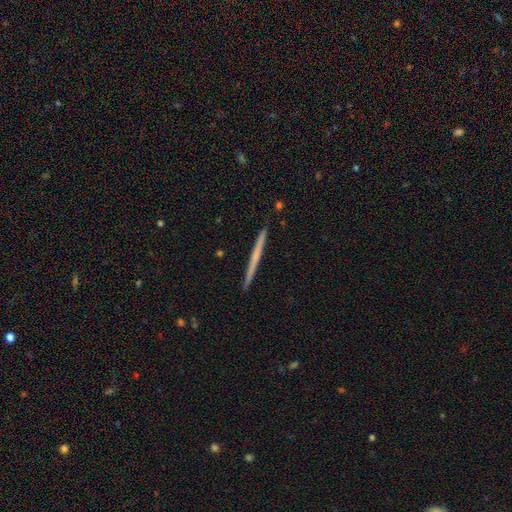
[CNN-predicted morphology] smooth-or-featured: featured or disk: 51% | smooth: 44% | star or artifact: 5%
  disk-edge-on: yes: 98% | no: 2%
    edge-on-bulge: none: 88% | rounded: 9% | boxy: 3%
  merging: none: 93% | minor disturbance: 5% | major disturbance: 1% | merger: 1%